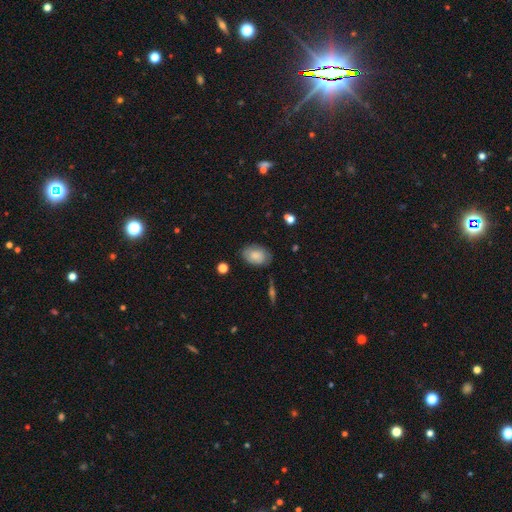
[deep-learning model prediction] Q: Smooth or featured?
A: smooth (71%); runner-up: featured or disk (21%)
Q: How rounded?
A: in between (83%); runner-up: round (16%)
Q: Merging?
A: none (77%); runner-up: minor disturbance (17%)